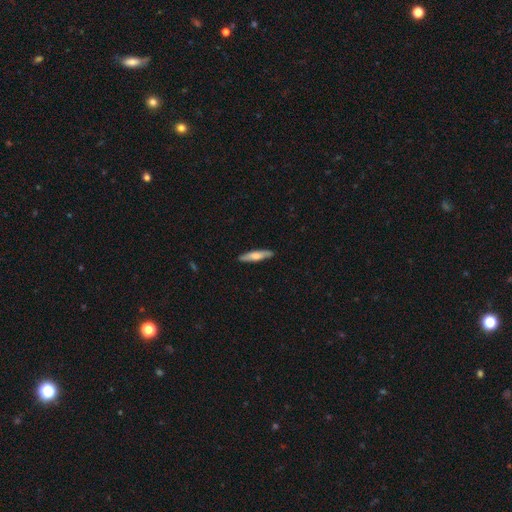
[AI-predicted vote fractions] Morphology: type=smooth (60%); roundness=cigar-shaped (84%); merging=none (88%).